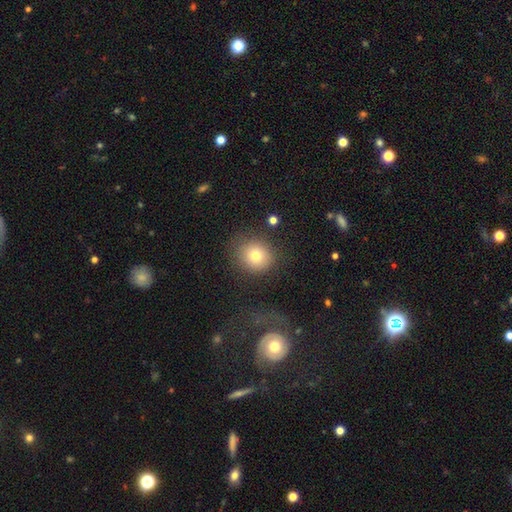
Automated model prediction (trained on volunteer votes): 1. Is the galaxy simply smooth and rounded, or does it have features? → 76% smooth, 12% star or artifact, 12% featured or disk.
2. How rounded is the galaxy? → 83% round, 16% in between, 1% cigar-shaped.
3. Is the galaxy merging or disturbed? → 78% none, 13% minor disturbance, 7% major disturbance, 3% merger.